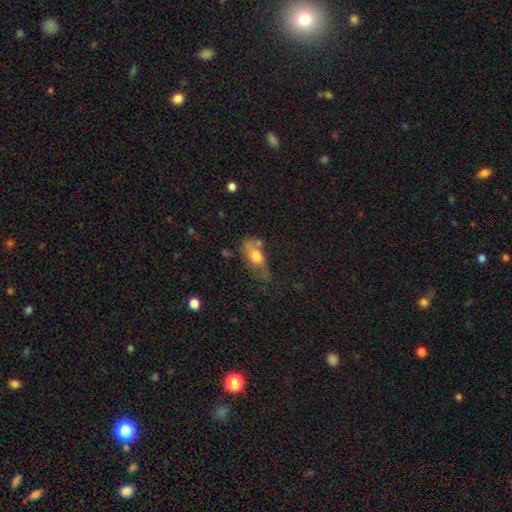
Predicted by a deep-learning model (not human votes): A smooth galaxy with no disk features (66%) that is in between round and cigar-shaped (79%).

Vote fractions:
- Smooth or featured? smooth: 66% / featured or disk: 25% / star or artifact: 9%
- How rounded? in between: 79% / cigar-shaped: 13% / round: 8%
- Merging? none: 39% / minor disturbance: 29% / major disturbance: 19% / merger: 13%